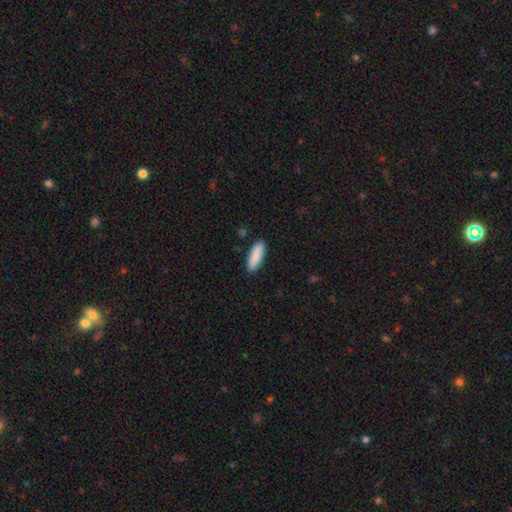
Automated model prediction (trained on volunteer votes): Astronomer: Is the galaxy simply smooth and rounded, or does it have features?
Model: smooth — 90%.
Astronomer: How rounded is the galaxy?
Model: in between — 52% (runner-up: cigar-shaped, 46%).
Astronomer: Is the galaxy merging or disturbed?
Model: none — 89%.